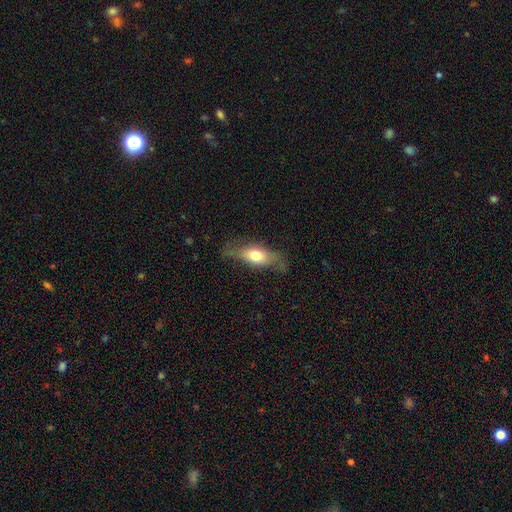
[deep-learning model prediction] The model was most divided on "smooth or featured": smooth: 58%, featured or disk: 35%, star or artifact: 7%. More confident: merging — none (66%); how rounded — in between (62%).